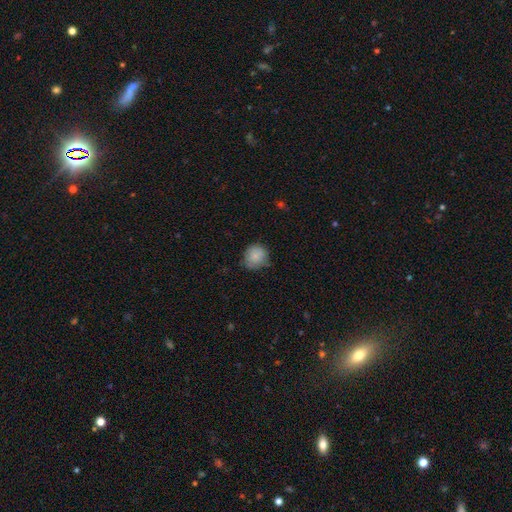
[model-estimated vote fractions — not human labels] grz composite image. It shows a smooth galaxy with no disk features (83%) that is round (86%). Merging: none (68%).